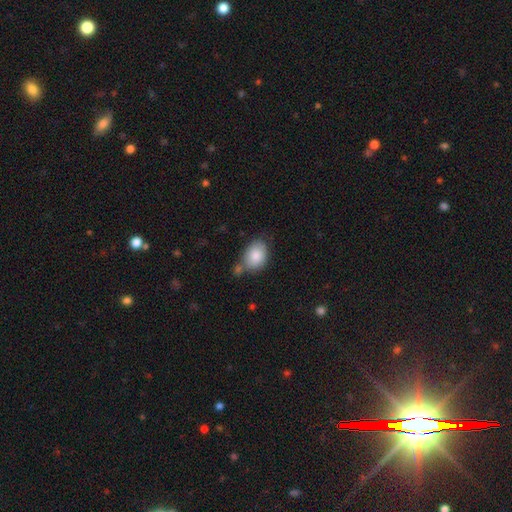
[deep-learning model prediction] Smooth or featured? smooth (85%)
How rounded? in between (79%)
Merging? none (55%)